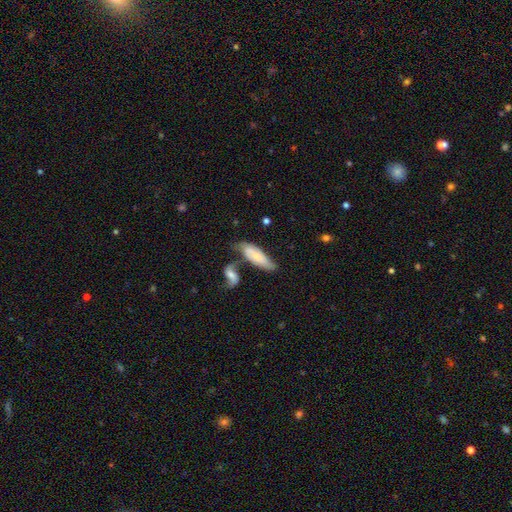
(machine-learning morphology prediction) Q: Smooth or featured?
A: smooth (59%); runner-up: featured or disk (35%)
Q: How rounded?
A: in between (63%); runner-up: cigar-shaped (35%)
Q: Merging?
A: merger (36%); runner-up: none (35%)